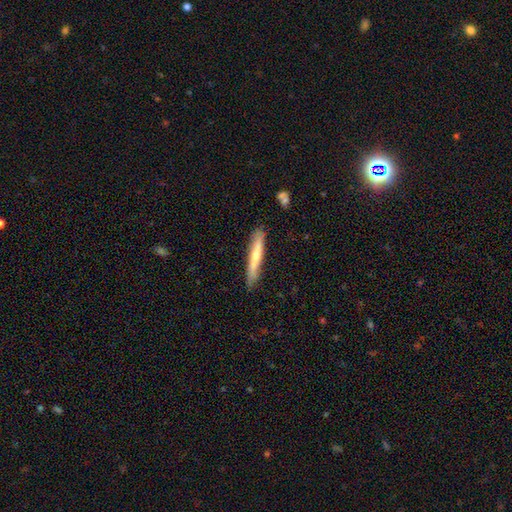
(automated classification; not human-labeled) smooth_or_featured: smooth (p=0.56) [alt: featured or disk p=0.39]
how_rounded: cigar-shaped (p=0.93) [alt: in between p=0.05]
merging: none (p=0.84) [alt: minor disturbance p=0.12]